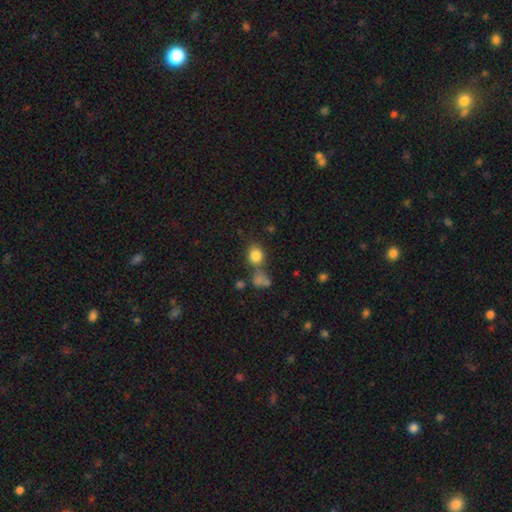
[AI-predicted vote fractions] smooth_or_featured: smooth (p=0.82) [alt: star or artifact p=0.12]
how_rounded: round (p=0.73) [alt: in between p=0.25]
merging: none (p=0.63) [alt: merger p=0.19]